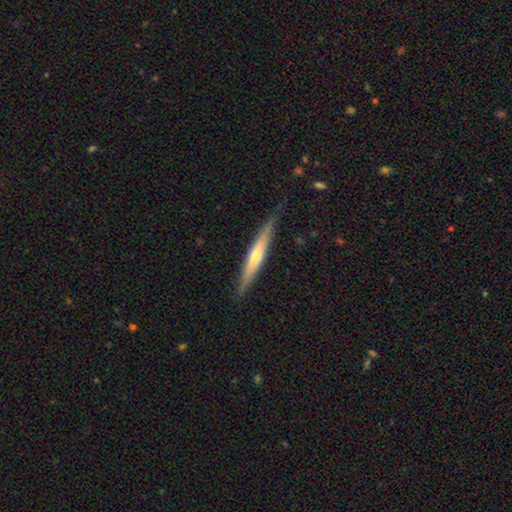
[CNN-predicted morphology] smooth_or_featured: featured or disk (p=0.56) [alt: smooth p=0.38]
disk_edge_on: yes (p=0.94) [alt: no p=0.06]
edge_on_bulge: rounded (p=0.69) [alt: none p=0.25]
merging: none (p=0.82) [alt: minor disturbance p=0.14]